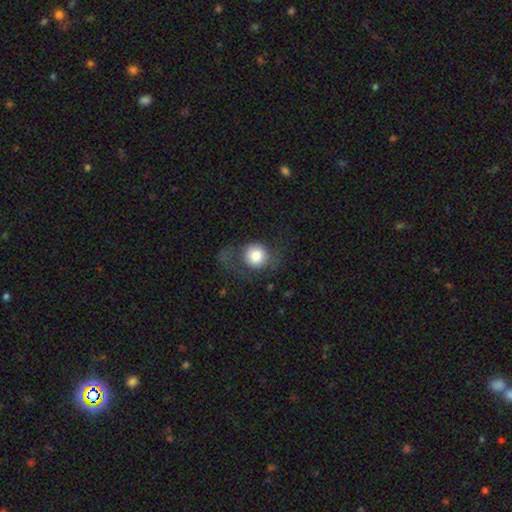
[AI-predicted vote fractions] Smooth or featured: smooth — 74% (featured or disk — 18%)
How rounded: round — 81% (in between — 18%)
Merging: none — 51% (major disturbance — 28%)